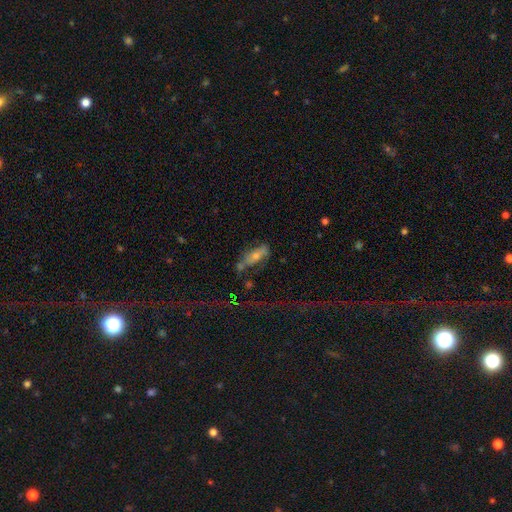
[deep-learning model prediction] The model was most divided on "smooth or featured": smooth: 44%, featured or disk: 42%, star or artifact: 13%. Remaining: merging — none (41%).